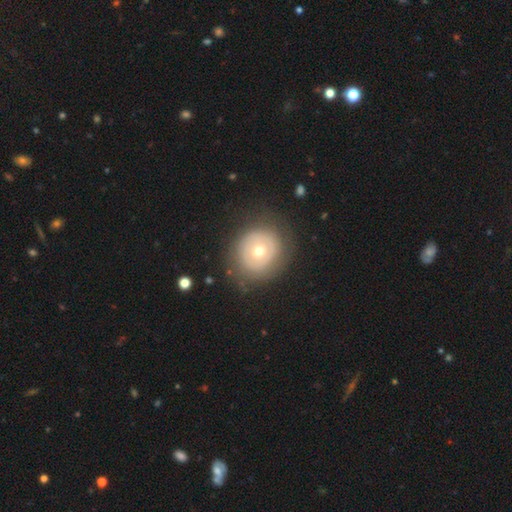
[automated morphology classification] A featured or disk galaxy (49%).

Vote fractions:
- Smooth or featured? featured or disk: 49% / smooth: 44% / star or artifact: 7%
- Merging? none: 77% / minor disturbance: 15% / major disturbance: 7% / merger: 1%